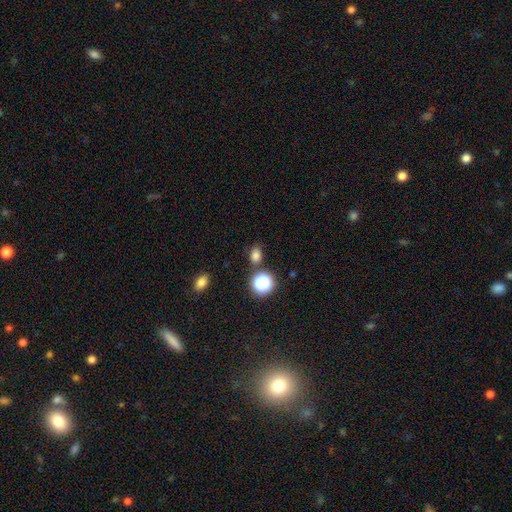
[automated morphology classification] smooth 76%, star or artifact 18%, featured or disk 5%. Down the decision tree: how rounded — in between (57%); merging — none (78%).